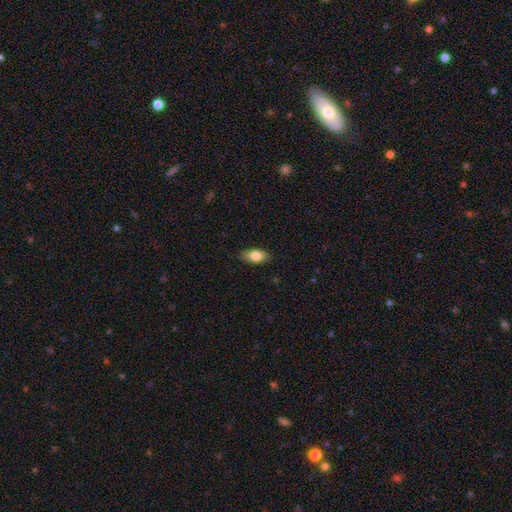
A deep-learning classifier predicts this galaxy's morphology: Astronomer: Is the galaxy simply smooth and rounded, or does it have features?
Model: smooth — 81%.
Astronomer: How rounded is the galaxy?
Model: in between — 90%.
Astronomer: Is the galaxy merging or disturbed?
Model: none — 87%.